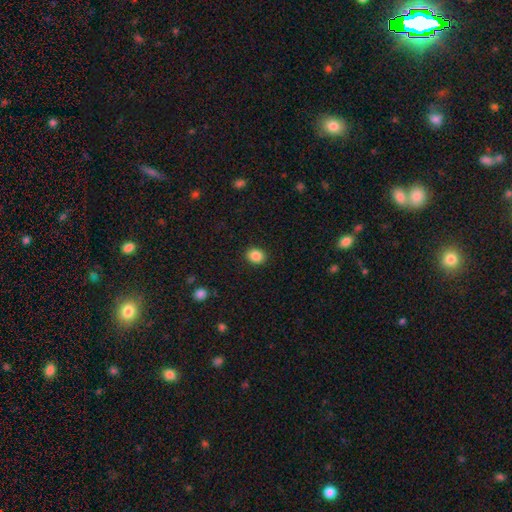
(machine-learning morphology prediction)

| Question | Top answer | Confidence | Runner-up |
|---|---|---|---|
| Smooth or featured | smooth | 87% | star or artifact (9%) |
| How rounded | round | 56% | in between (43%) |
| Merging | none | 90% | minor disturbance (7%) |